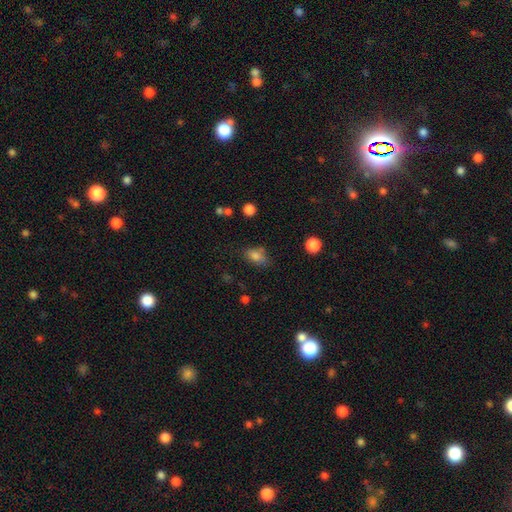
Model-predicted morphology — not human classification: Smooth or featured?
  - smooth: 81% *
  - star or artifact: 11%
  - featured or disk: 8%
How rounded?
  - in between: 79% *
  - round: 19%
  - cigar-shaped: 2%
Merging?
  - none: 64% *
  - minor disturbance: 23%
  - merger: 7%
  - major disturbance: 7%